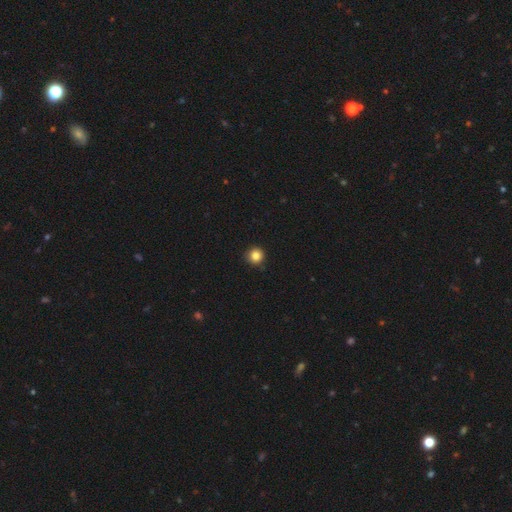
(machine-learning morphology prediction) Smooth or featured? Predicted: smooth (p=0.84). How rounded? Predicted: round (p=0.95). Merging? Predicted: none (p=0.91).